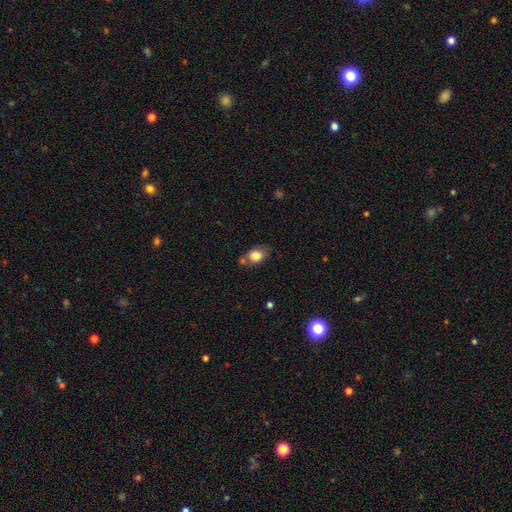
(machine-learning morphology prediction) type=smooth (81%); roundness=in between (63%); merging=none (60%).